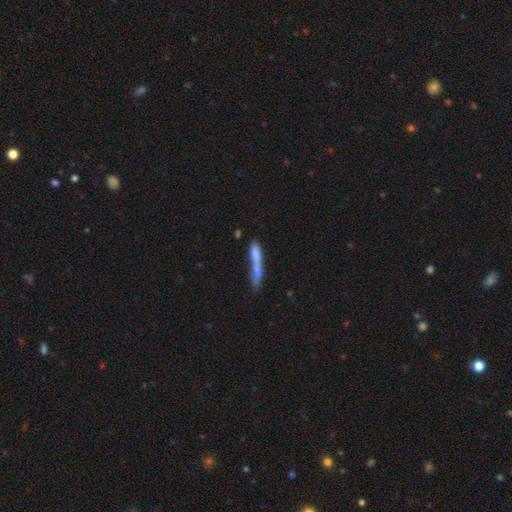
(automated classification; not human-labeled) smooth_or_featured: smooth (p=0.59) [alt: featured or disk p=0.32]
how_rounded: cigar-shaped (p=0.85) [alt: in between p=0.12]
merging: none (p=0.36) [alt: merger p=0.34]